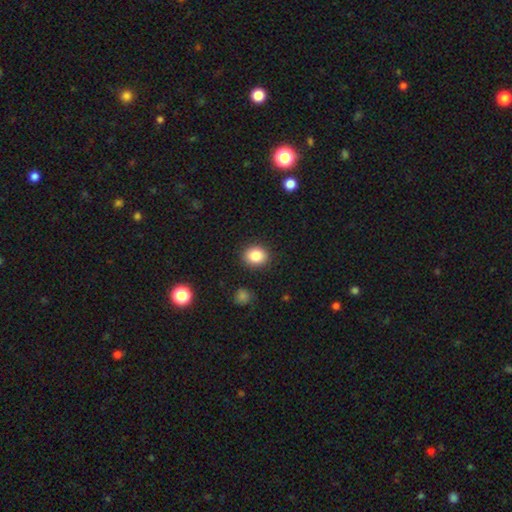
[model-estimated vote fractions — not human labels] Smooth or featured? smooth (85%)
How rounded? round (70%)
Merging? none (89%)